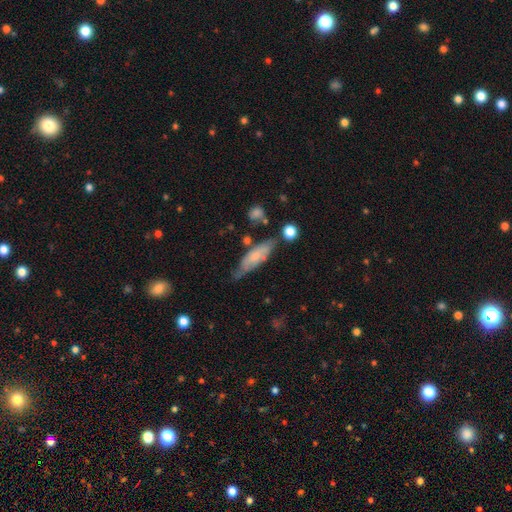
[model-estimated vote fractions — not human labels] Q: Smooth or featured?
A: smooth (55%); runner-up: featured or disk (38%)
Q: How rounded?
A: cigar-shaped (49%); tied with: in between (49%)
Q: Merging?
A: none (56%); runner-up: minor disturbance (28%)